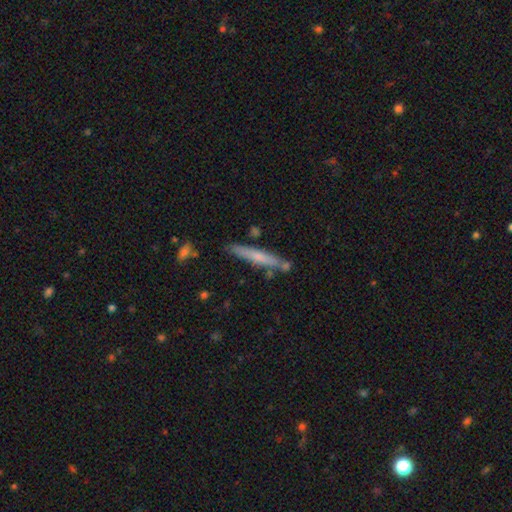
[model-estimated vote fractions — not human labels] Smooth or featured? Predicted: smooth (p=0.51). How rounded? Predicted: cigar-shaped (p=0.94). Merging? Predicted: none (p=0.78).